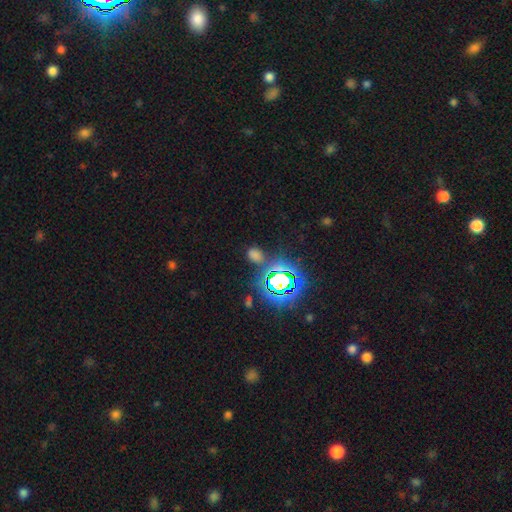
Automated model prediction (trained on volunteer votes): Smooth or featured? smooth (46%, tied with star or artifact)
Merging? none (75%)